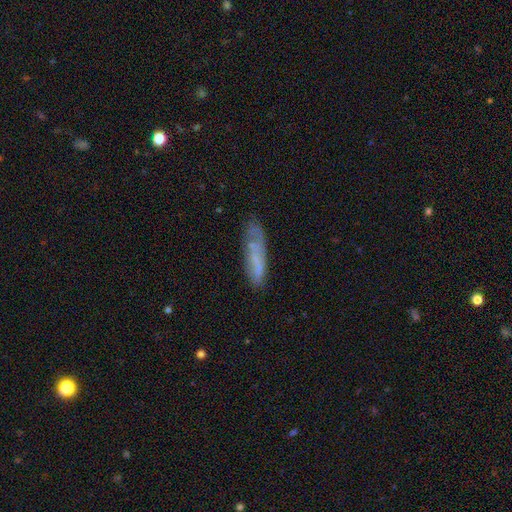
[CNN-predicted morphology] A smooth galaxy with no disk features (50%) that is cigar-shaped (74%). Merging: none (64%).